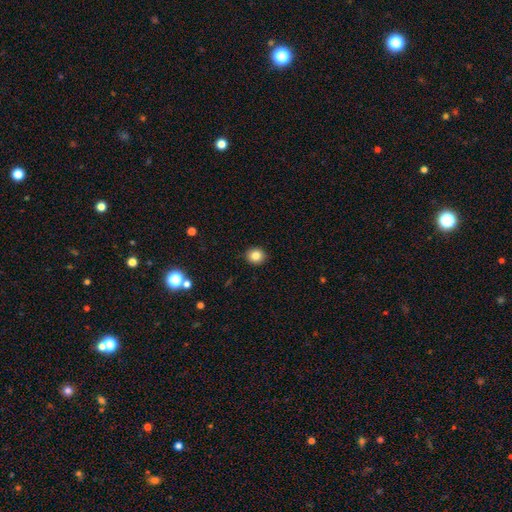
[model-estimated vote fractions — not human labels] A smooth galaxy with no disk features (83%) that is round (83%). Merging: none (92%).